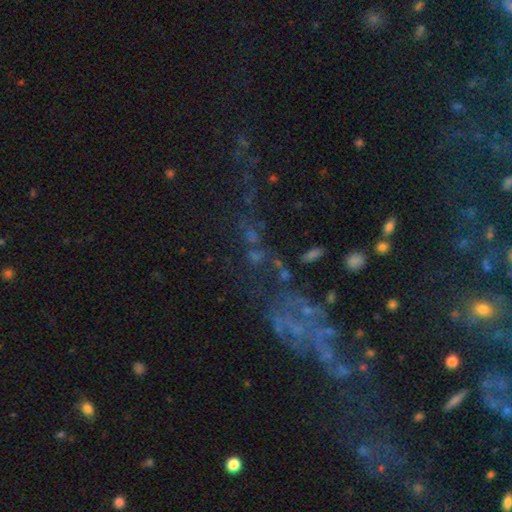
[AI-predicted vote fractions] smooth-or-featured: featured or disk: 37% | star or artifact: 34% | smooth: 29%
  merging: none: 43% | major disturbance: 26% | merger: 15% | minor disturbance: 15%